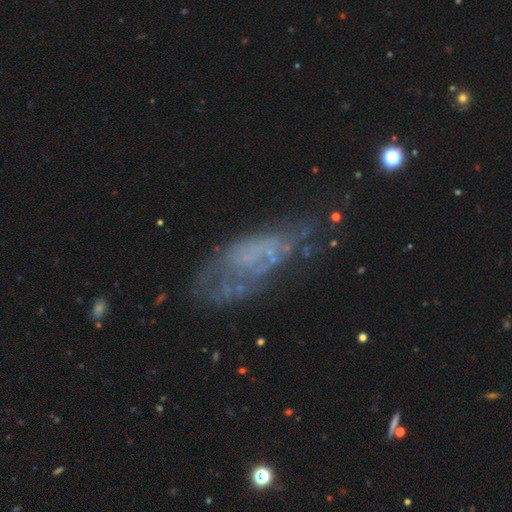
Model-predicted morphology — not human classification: A featured or disk galaxy (57%) with no bar (87%), no spiral arms (75%) and no central bulge (77%).

Vote fractions:
- Smooth or featured? featured or disk: 57% / smooth: 28% / star or artifact: 15%
- Edge-on disk? no: 89% / yes: 11%
- Bar? no: 87% / weak: 10% / strong: 3%
- Spiral arms? no: 75% / yes: 25%
- Bulge size? none: 77% / small: 13% / moderate: 6% / large: 3% / dominant: 1%
- Merging? none: 45% / minor disturbance: 26% / major disturbance: 25% / merger: 5%